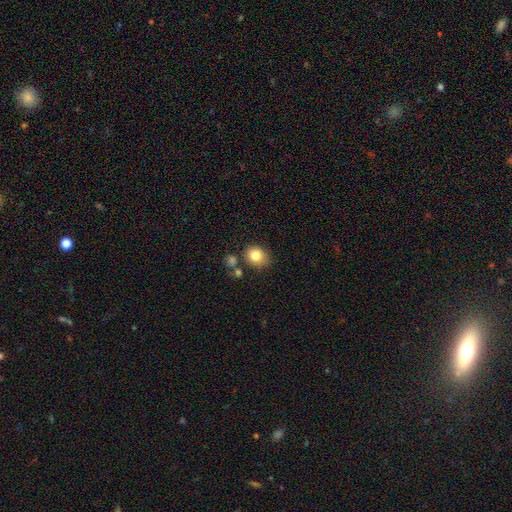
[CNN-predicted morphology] This is clearly a smooth galaxy (81%). How rounded: likely round (66%). Merging: likely none (70%).